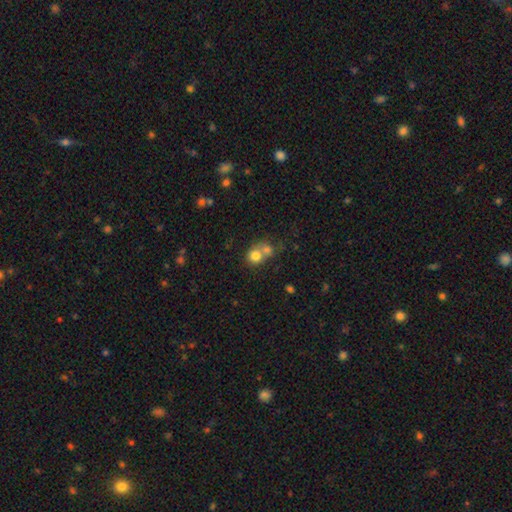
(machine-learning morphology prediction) type=smooth (75%); roundness=round (77%); merging=merger (59%).